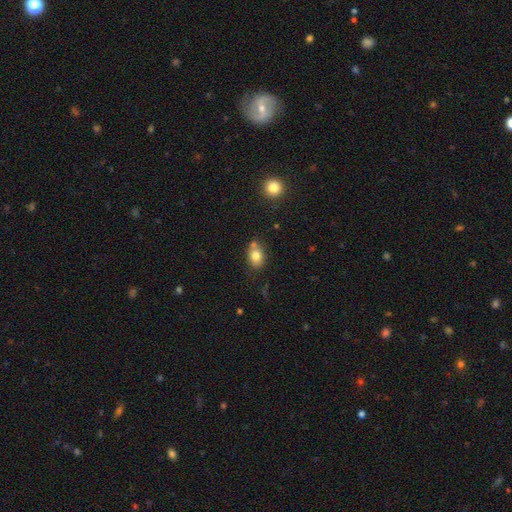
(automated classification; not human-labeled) smooth-or-featured: smooth: 79% | featured or disk: 11% | star or artifact: 10%
  how-rounded: in between: 66% | round: 33% | cigar-shaped: 1%
  merging: none: 61% | merger: 18% | minor disturbance: 17% | major disturbance: 4%